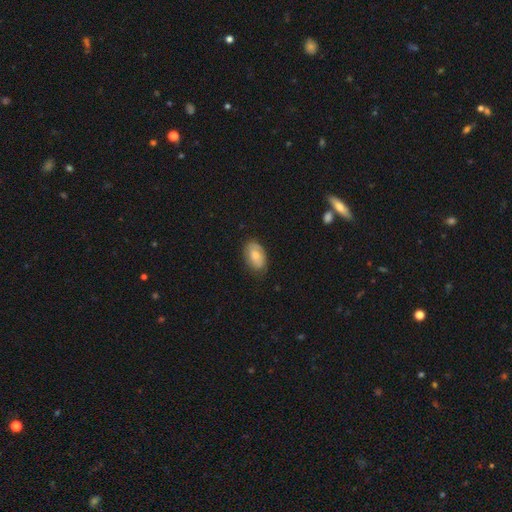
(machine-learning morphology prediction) smooth 66%, featured or disk 28%, star or artifact 7%. Down the decision tree: how rounded — in between (92%); merging — none (73%).